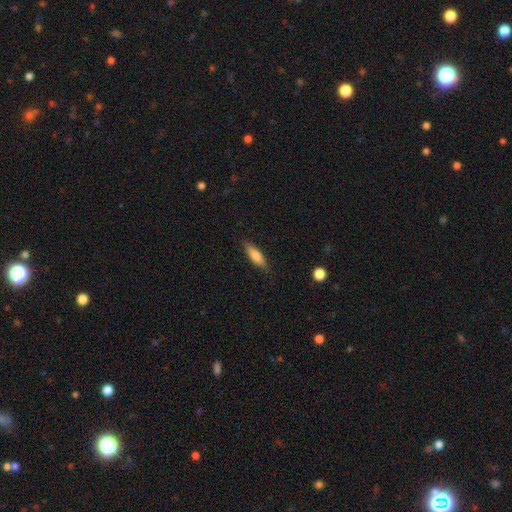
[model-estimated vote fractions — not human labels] A smooth galaxy with no disk features (77%) that is cigar-shaped (50%).

Vote fractions:
- Smooth or featured? smooth: 77% / featured or disk: 17% / star or artifact: 6%
- How rounded? cigar-shaped: 50% / in between: 48% / round: 2%
- Merging? none: 83% / minor disturbance: 13% / major disturbance: 3% / merger: 1%